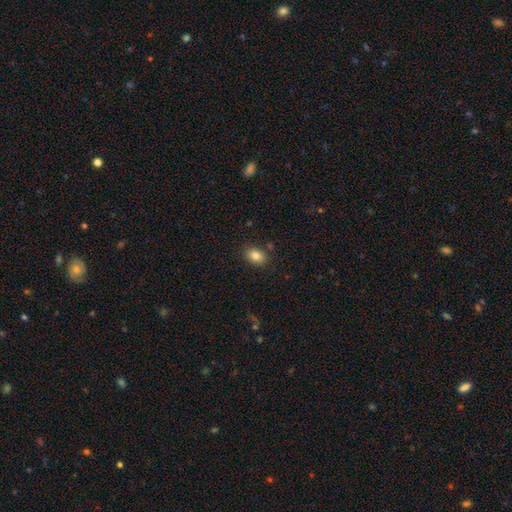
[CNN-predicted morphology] type=smooth (83%); roundness=in between (73%); merging=none (84%).